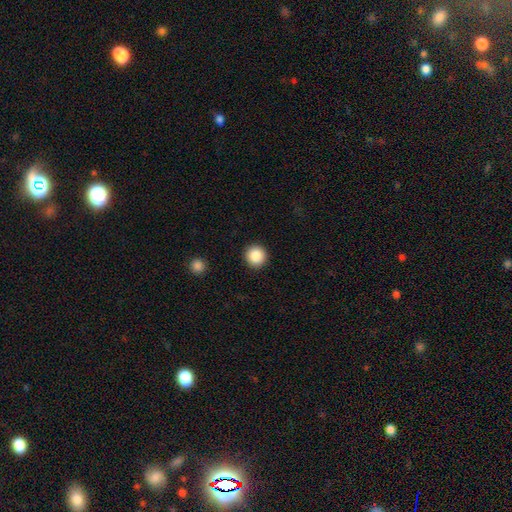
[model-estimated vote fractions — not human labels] Smooth or featured? Predicted: smooth (p=0.87). How rounded? Predicted: round (p=0.94). Merging? Predicted: none (p=0.93).